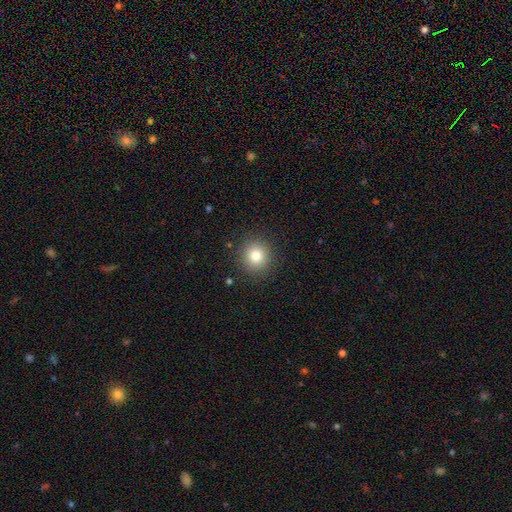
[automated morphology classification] A smooth galaxy with no disk features (80%) that is round (91%).

Vote fractions:
- Smooth or featured? smooth: 80% / star or artifact: 12% / featured or disk: 8%
- How rounded? round: 91% / in between: 8% / cigar-shaped: 1%
- Merging? none: 90% / minor disturbance: 7% / major disturbance: 3% / merger: 1%